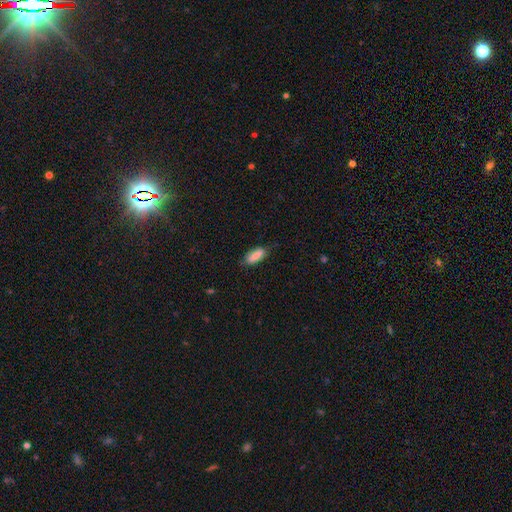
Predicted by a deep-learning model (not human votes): smooth 83%, featured or disk 10%, star or artifact 7%. Down the decision tree: how rounded — in between (72%); merging — none (75%).